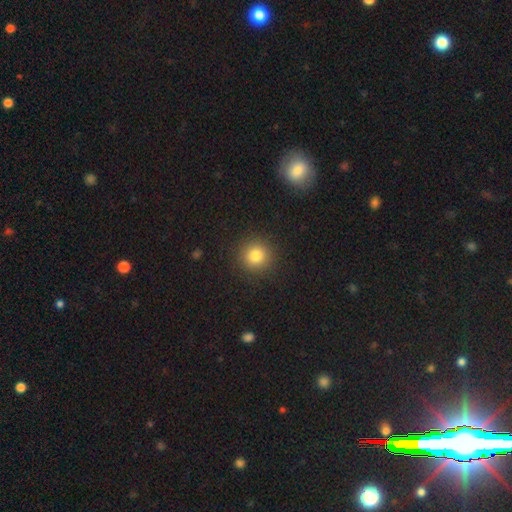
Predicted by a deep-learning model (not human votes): A smooth galaxy with no disk features (81%) that is round (93%).

Vote fractions:
- Smooth or featured? smooth: 81% / star or artifact: 12% / featured or disk: 7%
- How rounded? round: 93% / in between: 6% / cigar-shaped: 1%
- Merging? none: 91% / minor disturbance: 5% / major disturbance: 2% / merger: 1%